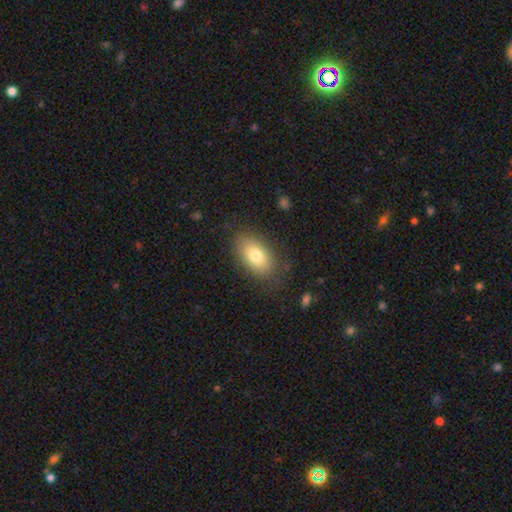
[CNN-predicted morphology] Q: Smooth or featured?
A: smooth (77%); runner-up: featured or disk (15%)
Q: How rounded?
A: in between (91%); runner-up: round (7%)
Q: Merging?
A: none (81%); runner-up: minor disturbance (13%)